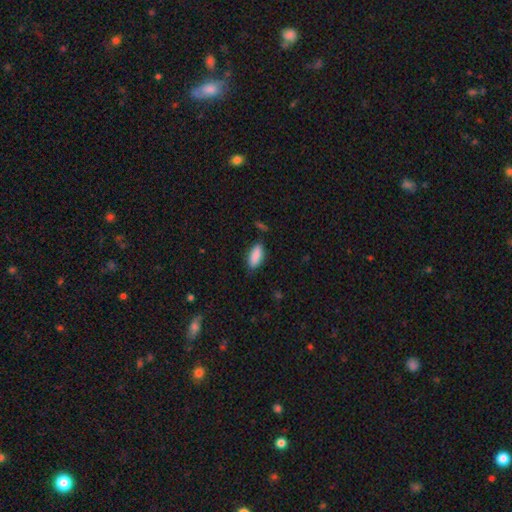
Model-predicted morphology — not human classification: Q: Smooth or featured?
A: smooth (88%); runner-up: star or artifact (7%)
Q: How rounded?
A: in between (80%); runner-up: cigar-shaped (18%)
Q: Merging?
A: none (81%); runner-up: minor disturbance (14%)